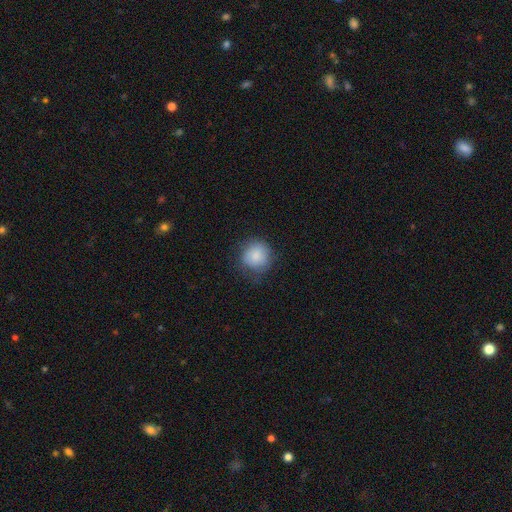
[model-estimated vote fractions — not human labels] smooth 85%, star or artifact 8%, featured or disk 7%. Down the decision tree: how rounded — round (90%); merging — none (71%).